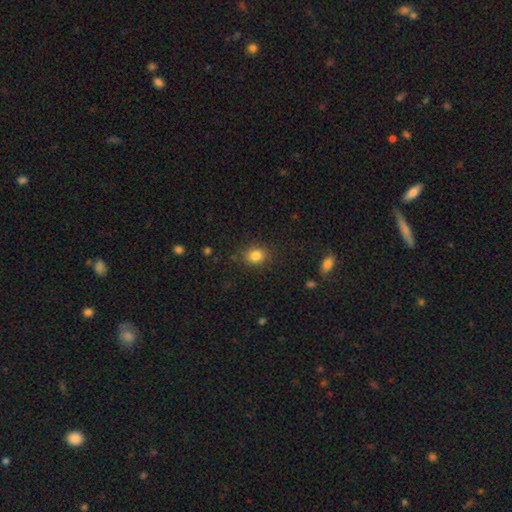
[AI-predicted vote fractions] smooth-or-featured: smooth: 84% | star or artifact: 11% | featured or disk: 6%
  how-rounded: round: 66% | in between: 33% | cigar-shaped: 1%
  merging: none: 85% | minor disturbance: 10% | major disturbance: 3% | merger: 1%